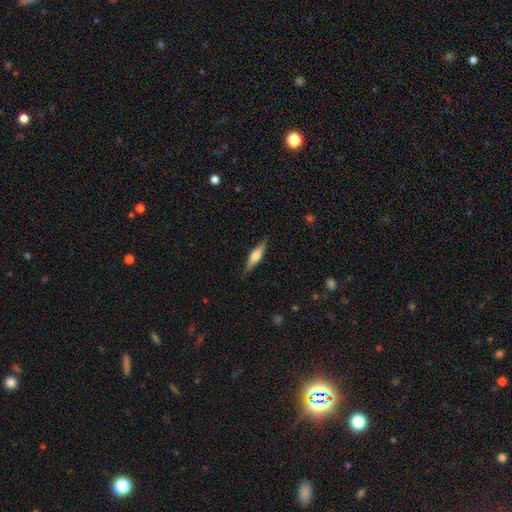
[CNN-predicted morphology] type=featured or disk (59%); edge-on=yes (96%); edge-on bulge=rounded (89%); merging=none (88%).